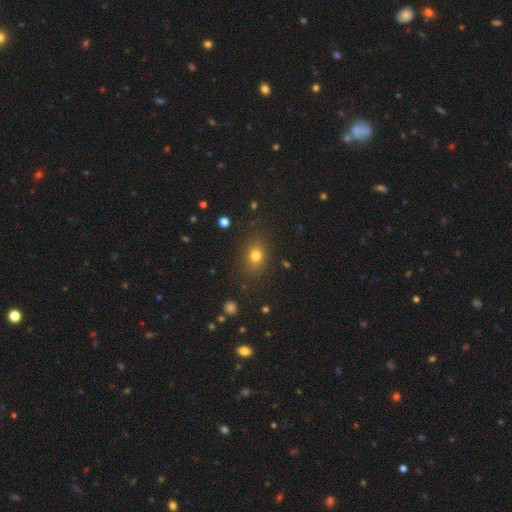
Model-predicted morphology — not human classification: The model was most divided on "how rounded": in between: 55%, round: 43%, cigar-shaped: 1%. More confident: merging — none (83%); smooth or featured — smooth (77%).